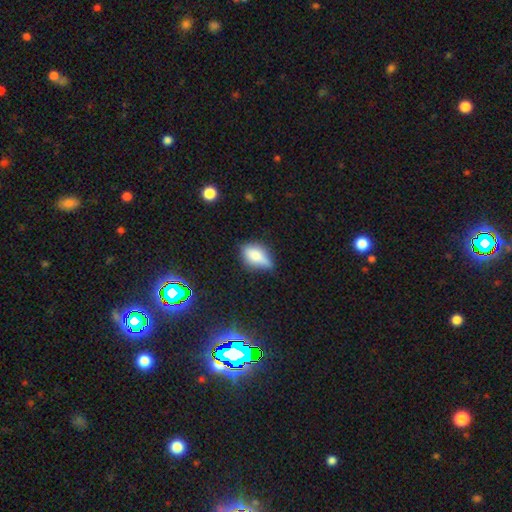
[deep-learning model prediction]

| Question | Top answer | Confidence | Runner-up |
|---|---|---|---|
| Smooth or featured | smooth | 65% | featured or disk (24%) |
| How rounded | in between | 80% | cigar-shaped (12%) |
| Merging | none | 52% | minor disturbance (34%) |